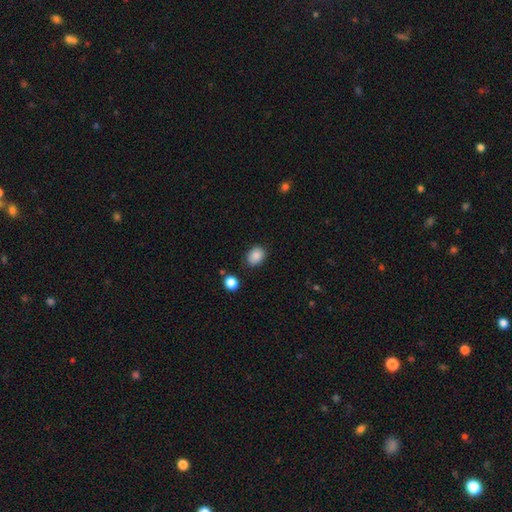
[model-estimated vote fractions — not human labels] Smooth or featured: smooth — 87% (star or artifact — 9%)
How rounded: in between — 56% (round — 43%)
Merging: none — 83% (minor disturbance — 12%)